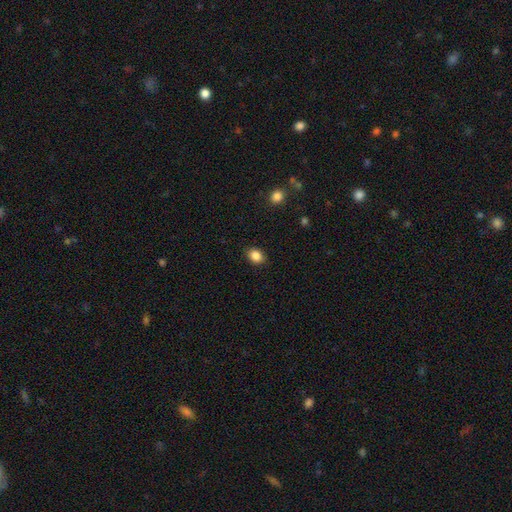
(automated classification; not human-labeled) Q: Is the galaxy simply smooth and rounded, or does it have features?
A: smooth — 86%.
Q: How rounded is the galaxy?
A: in between — 64%.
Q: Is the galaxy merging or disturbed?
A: none — 88%.